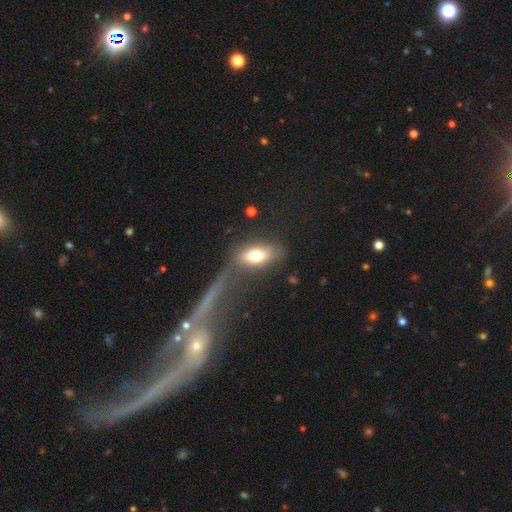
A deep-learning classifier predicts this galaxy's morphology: smooth 71%, featured or disk 20%, star or artifact 9%. Down the decision tree: how rounded — in between (83%); merging — none (57%).